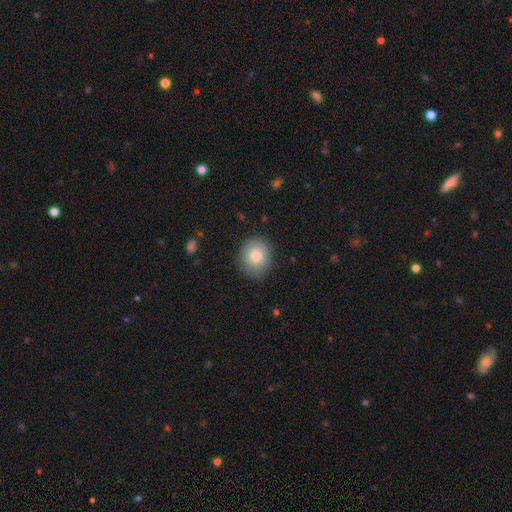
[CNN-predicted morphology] Smooth or featured? smooth (80%)
How rounded? round (62%)
Merging? none (83%)